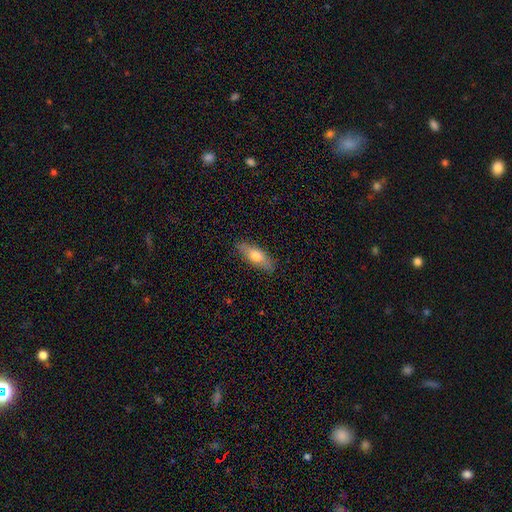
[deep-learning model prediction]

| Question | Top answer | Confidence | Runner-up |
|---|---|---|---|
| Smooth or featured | smooth | 64% | featured or disk (30%) |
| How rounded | in between | 58% | cigar-shaped (39%) |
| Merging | none | 85% | minor disturbance (11%) |